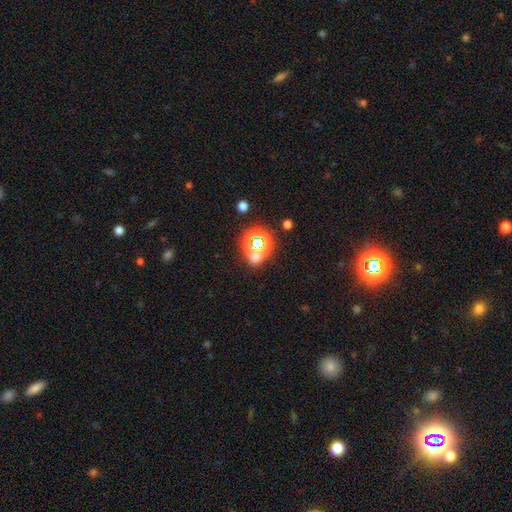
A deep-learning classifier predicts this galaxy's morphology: Smooth or featured? star or artifact (44%, tied with smooth)